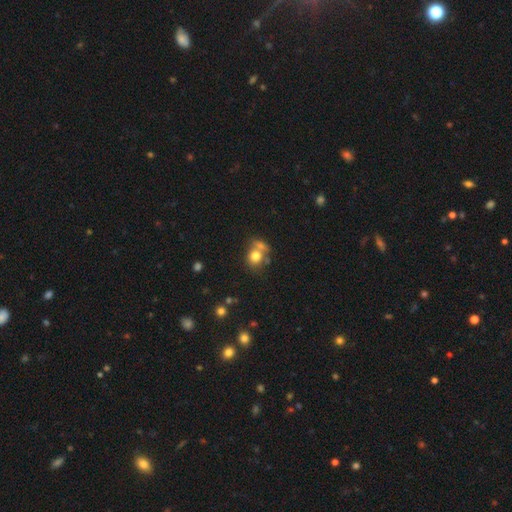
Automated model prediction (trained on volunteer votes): Smooth or featured? Predicted: smooth (p=0.75). How rounded? Predicted: round (p=0.70). Merging? Predicted: merger (p=0.44).